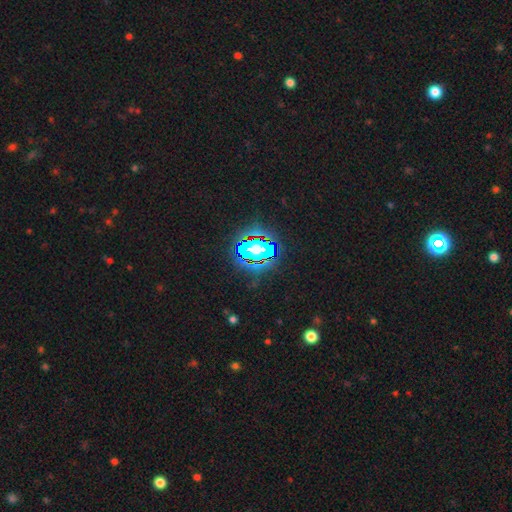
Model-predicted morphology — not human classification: Smooth or featured? star or artifact (83%)